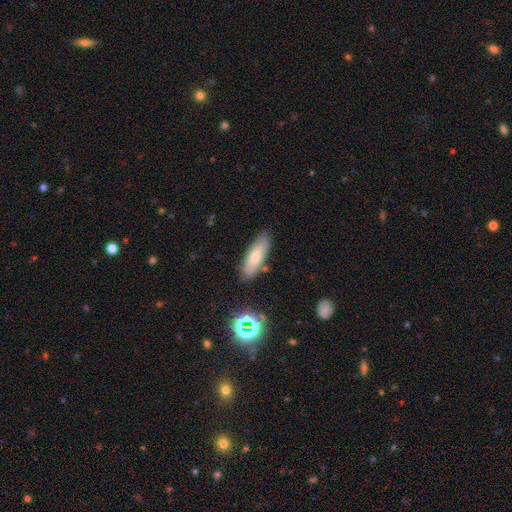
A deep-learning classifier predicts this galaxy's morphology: smooth_or_featured: smooth (p=0.68) [alt: featured or disk p=0.22]
how_rounded: in between (p=0.54) [alt: cigar-shaped p=0.44]
merging: none (p=0.83) [alt: minor disturbance p=0.11]